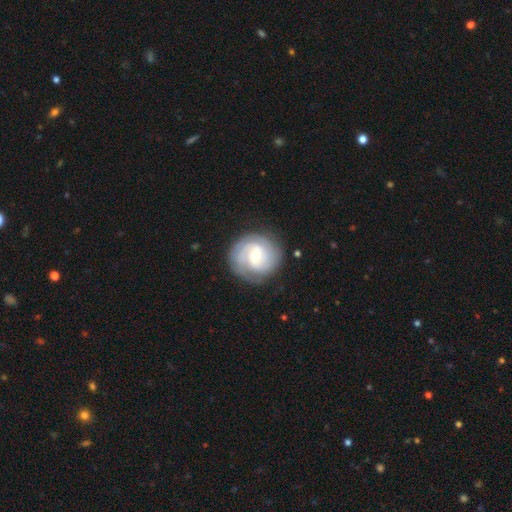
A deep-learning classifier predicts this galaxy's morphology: A featured or disk galaxy (78%) with a weak bar (50%), 2 (40%) tight (63%) spiral arms (95%) and a moderate central bulge (49%). Merging: none (81%).